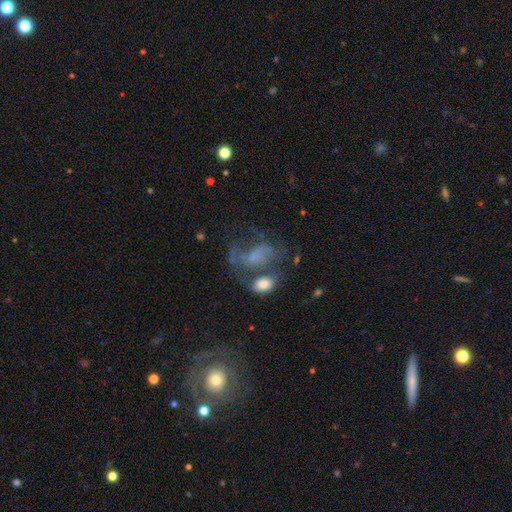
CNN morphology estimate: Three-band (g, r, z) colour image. It shows a featured or disk galaxy (50%). Merging: none (30%).